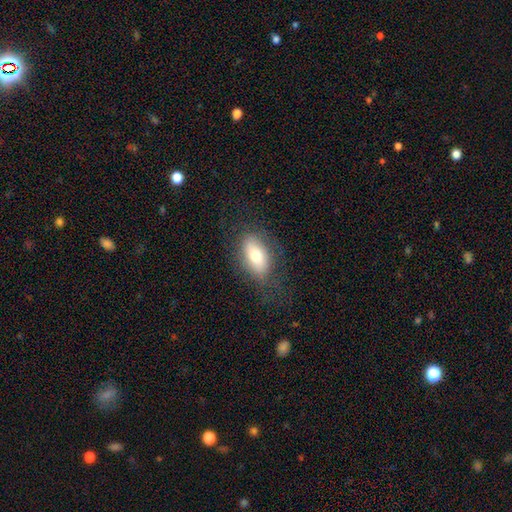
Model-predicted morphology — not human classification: Smooth or featured: smooth — 68% (featured or disk — 24%)
How rounded: in between — 88% (cigar-shaped — 7%)
Merging: none — 70% (minor disturbance — 18%)